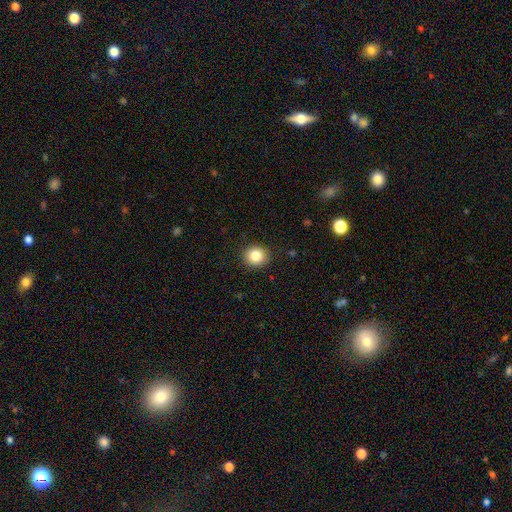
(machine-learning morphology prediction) Smooth or featured? smooth (85%)
How rounded? round (88%)
Merging? none (90%)